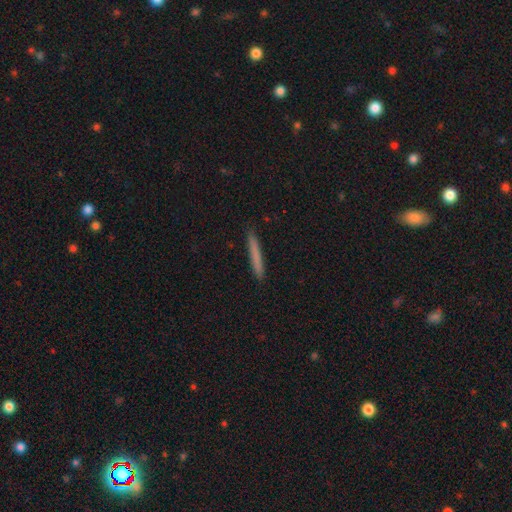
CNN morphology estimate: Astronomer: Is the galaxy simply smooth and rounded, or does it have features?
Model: smooth — 75%.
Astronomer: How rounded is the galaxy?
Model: cigar-shaped — 97%.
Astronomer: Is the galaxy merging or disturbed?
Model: none — 91%.